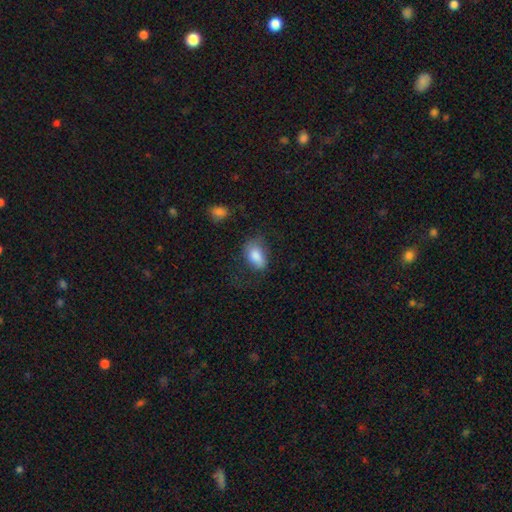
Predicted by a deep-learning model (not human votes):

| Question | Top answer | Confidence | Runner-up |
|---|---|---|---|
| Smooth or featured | smooth | 83% | featured or disk (10%) |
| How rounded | in between | 86% | round (12%) |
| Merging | none | 53% | minor disturbance (28%) |